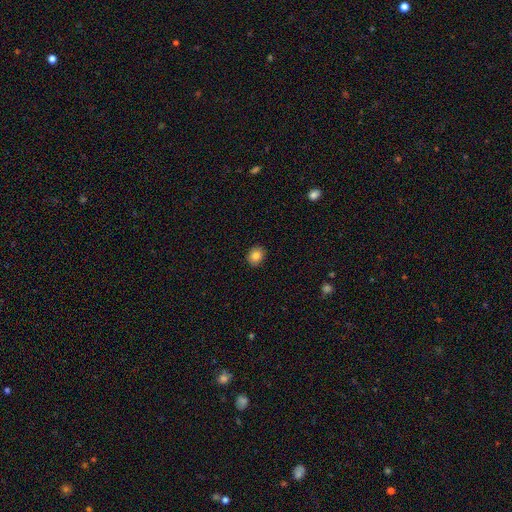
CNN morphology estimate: Overall: smooth (84%). How rounded: round (71%). Merging: none (91%).